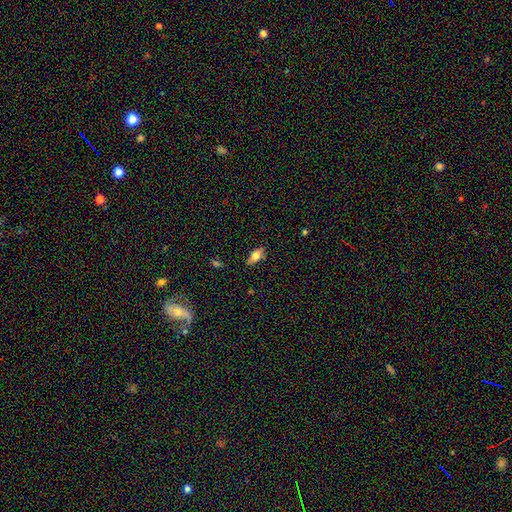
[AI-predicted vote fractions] Smooth or featured?
  - smooth: 69% *
  - featured or disk: 22%
  - star or artifact: 9%
How rounded?
  - in between: 83% *
  - cigar-shaped: 13%
  - round: 4%
Merging?
  - none: 82% *
  - minor disturbance: 14%
  - major disturbance: 3%
  - merger: 2%